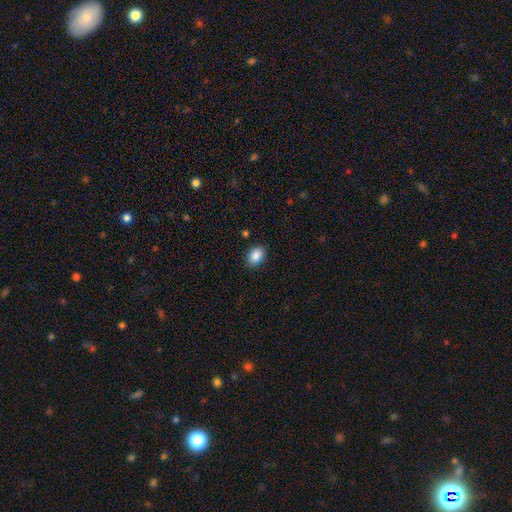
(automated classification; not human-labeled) This is clearly a smooth galaxy (88%). How rounded: likely in between (75%). Merging: clearly none (87%).